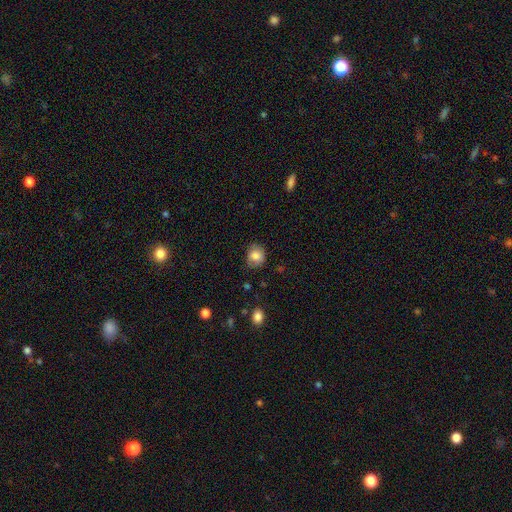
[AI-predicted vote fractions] This appears to be a smooth galaxy with no disk features (82%) that is round (64%). Merging: none (68%).